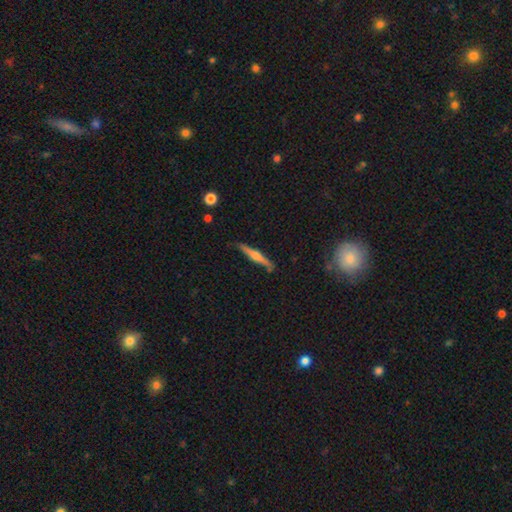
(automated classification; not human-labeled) Overall: featured or disk (65%; smooth 30%). Edge-on disk: yes (97%). Edge-on bulge: rounded (82%). Merging: none (84%).